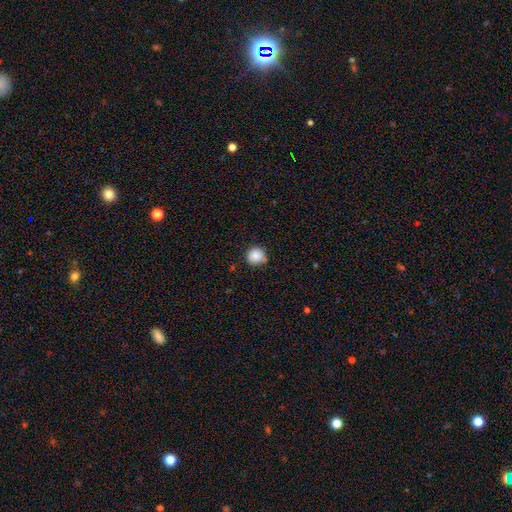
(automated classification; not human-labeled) This appears to be a smooth galaxy with no disk features (87%) that is round (92%). Merging: none (78%).